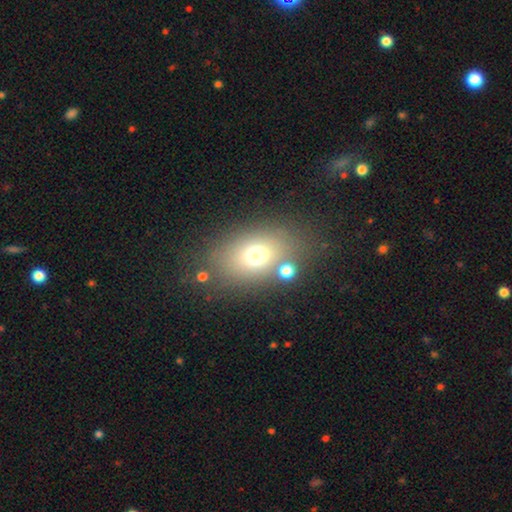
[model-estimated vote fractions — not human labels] Morphology: type=smooth (70%); roundness=in between (69%); merging=none (72%).